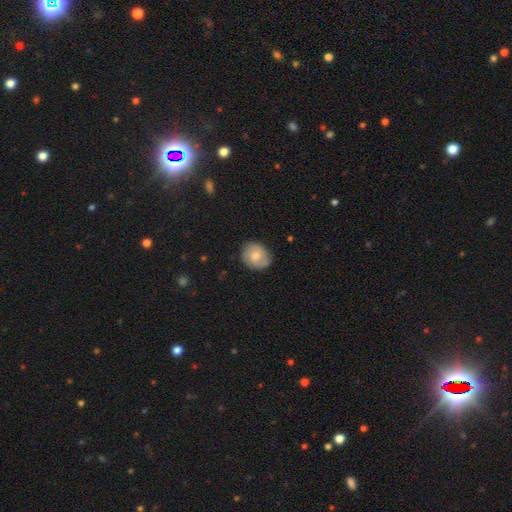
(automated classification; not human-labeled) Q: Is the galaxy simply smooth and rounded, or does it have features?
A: smooth — 72%.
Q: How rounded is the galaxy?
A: round — 58%.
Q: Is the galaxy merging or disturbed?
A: none — 80%.